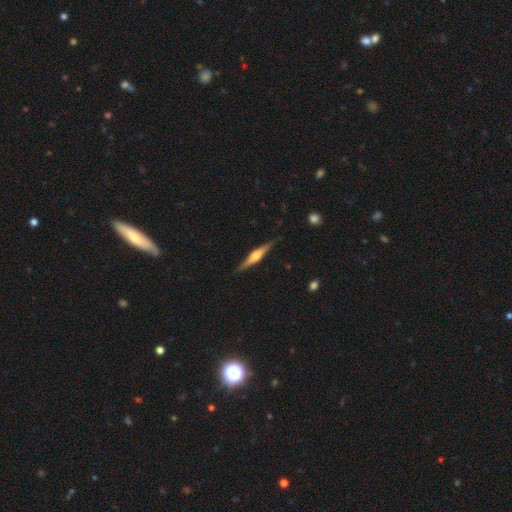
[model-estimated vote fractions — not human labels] Smooth or featured? featured or disk (65%)
Edge-on disk? yes (97%)
Edge-on bulge? rounded (86%)
Merging? none (87%)